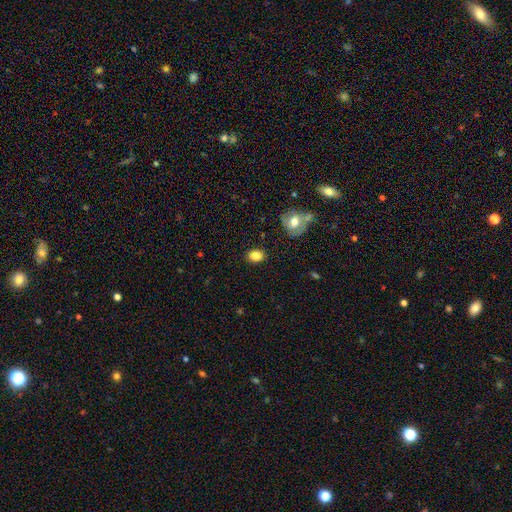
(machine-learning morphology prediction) A smooth galaxy with no disk features (84%) that is in between round and cigar-shaped (67%). Merging: none (85%).